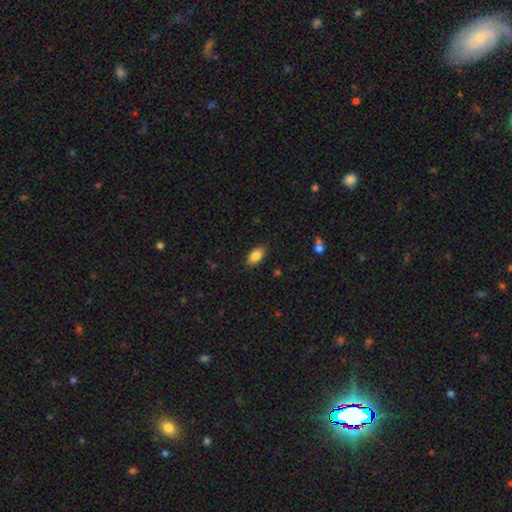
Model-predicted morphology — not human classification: smooth_or_featured: smooth (p=0.84) [alt: featured or disk p=0.08]
how_rounded: in between (p=0.91) [alt: round p=0.05]
merging: none (p=0.86) [alt: minor disturbance p=0.10]